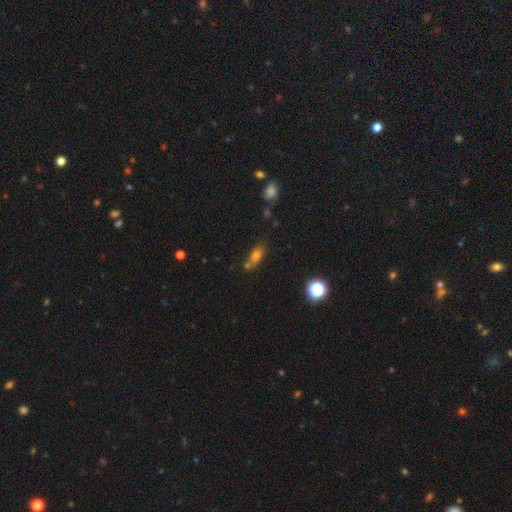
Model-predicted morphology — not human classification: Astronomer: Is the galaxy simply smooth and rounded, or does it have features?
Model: smooth — 66%.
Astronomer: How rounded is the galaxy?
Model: in between — 67%.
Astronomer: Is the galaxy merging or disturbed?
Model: none — 56%.